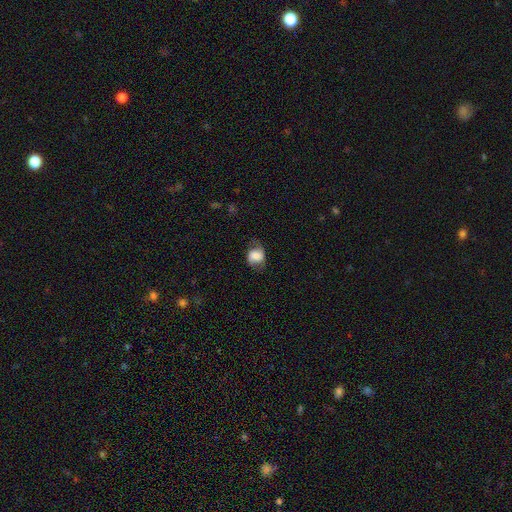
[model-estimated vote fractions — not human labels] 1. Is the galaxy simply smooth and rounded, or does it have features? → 62% smooth, 28% featured or disk, 10% star or artifact.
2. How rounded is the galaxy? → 50% in between, 49% round, 1% cigar-shaped.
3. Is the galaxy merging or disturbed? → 56% none, 27% minor disturbance, 15% major disturbance, 2% merger.